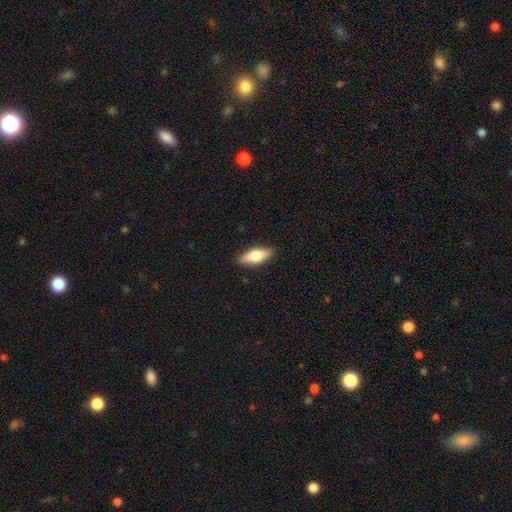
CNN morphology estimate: type=smooth (64%); roundness=in between (64%); merging=none (88%).